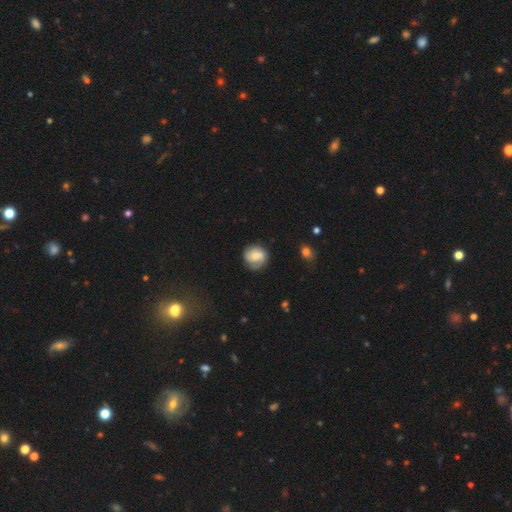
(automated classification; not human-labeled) This appears to be a featured or disk galaxy (49%). Merging: none (72%).